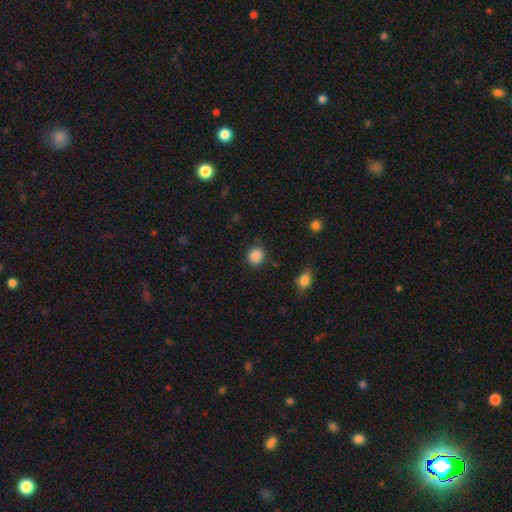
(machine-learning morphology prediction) A smooth galaxy with no disk features (87%) that is round (82%).

Vote fractions:
- Smooth or featured? smooth: 87% / star or artifact: 10% / featured or disk: 3%
- How rounded? round: 82% / in between: 17% / cigar-shaped: 1%
- Merging? none: 83% / minor disturbance: 12% / major disturbance: 3% / merger: 2%